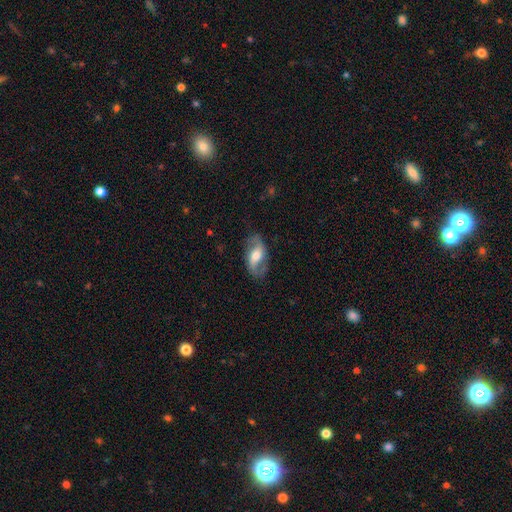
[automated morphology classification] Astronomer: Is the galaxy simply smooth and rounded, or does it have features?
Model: featured or disk — 70%.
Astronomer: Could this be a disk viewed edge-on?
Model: no — 93%.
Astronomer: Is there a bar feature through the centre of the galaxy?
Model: weak — 41% (runner-up: no, 31%).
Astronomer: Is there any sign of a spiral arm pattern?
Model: yes — 86%.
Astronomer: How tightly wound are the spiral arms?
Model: loose — 55% (runner-up: medium, 34%).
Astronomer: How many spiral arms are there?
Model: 2 — 89%.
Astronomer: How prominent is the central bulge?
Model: moderate — 59%.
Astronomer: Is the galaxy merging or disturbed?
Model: none — 77%.